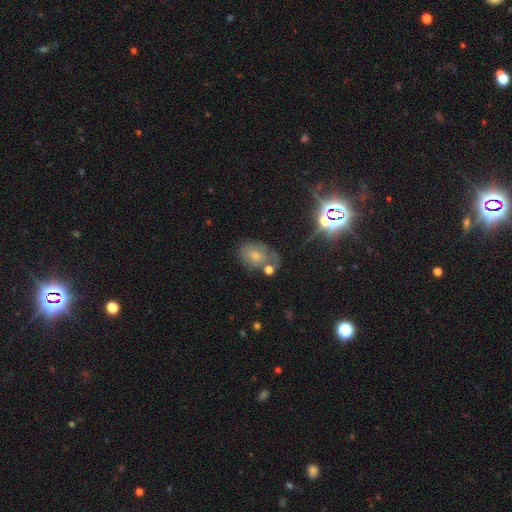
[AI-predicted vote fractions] This is possibly a smooth galaxy (57%). How rounded: likely in between (73%). Merging: possibly none (54%).